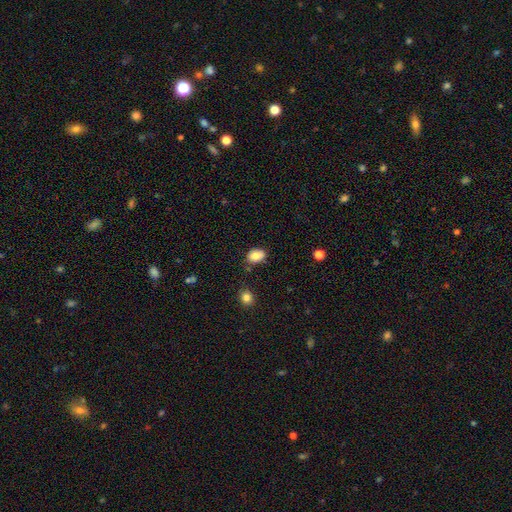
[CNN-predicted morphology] smooth 82%, featured or disk 9%, star or artifact 9%. Down the decision tree: how rounded — in between (75%); merging — none (75%).